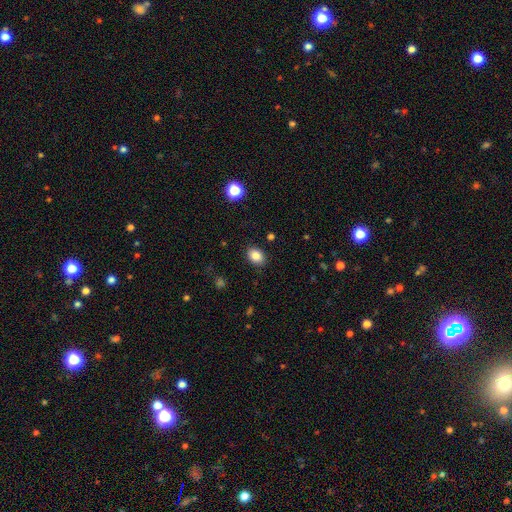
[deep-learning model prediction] This is clearly a smooth galaxy (85%). How rounded: likely in between (67%). Merging: clearly none (87%).